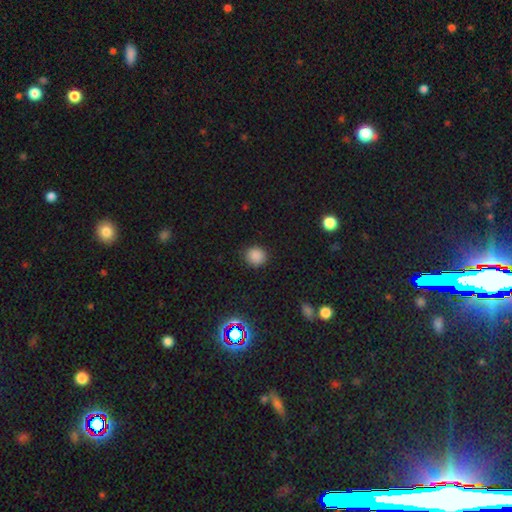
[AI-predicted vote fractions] Q: Smooth or featured?
A: smooth (84%); runner-up: star or artifact (13%)
Q: How rounded?
A: round (89%); runner-up: in between (10%)
Q: Merging?
A: none (88%); runner-up: minor disturbance (8%)